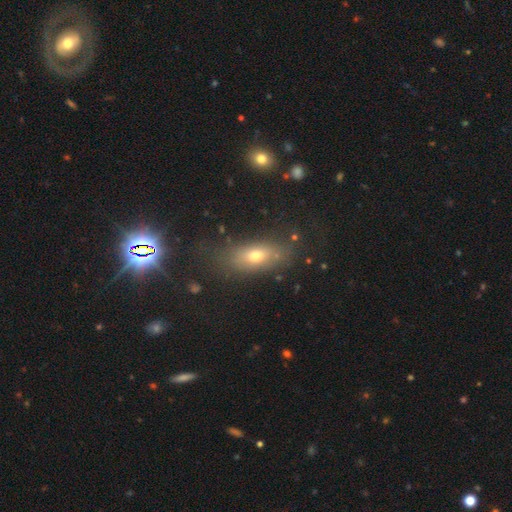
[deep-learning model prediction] Smooth or featured: smooth — 64% (featured or disk — 21%)
How rounded: in between — 72% (cigar-shaped — 20%)
Merging: none — 71% (minor disturbance — 17%)